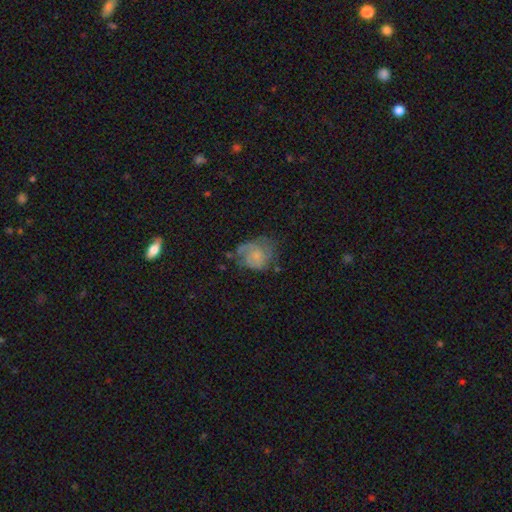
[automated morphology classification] Smooth or featured? Predicted: featured or disk (p=0.53). Edge-on disk? Predicted: no (p=0.98). Bar? Predicted: no (p=0.81). Spiral arms? Predicted: yes (p=0.71). Bulge size? Predicted: small (p=0.61). Merging? Predicted: none (p=0.41).